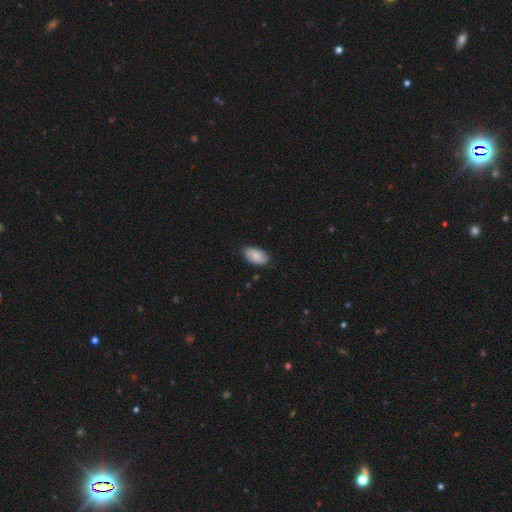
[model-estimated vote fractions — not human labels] Smooth or featured? Predicted: smooth (p=0.84). How rounded? Predicted: in between (p=0.95). Merging? Predicted: none (p=0.83).